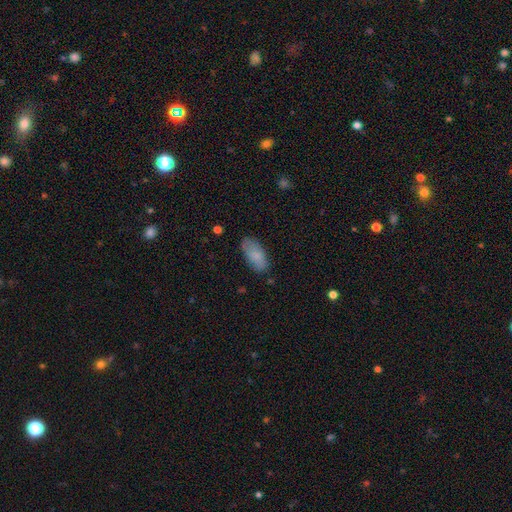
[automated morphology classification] Q: Smooth or featured?
A: smooth (83%); runner-up: featured or disk (10%)
Q: How rounded?
A: in between (90%); runner-up: cigar-shaped (8%)
Q: Merging?
A: none (75%); runner-up: minor disturbance (19%)